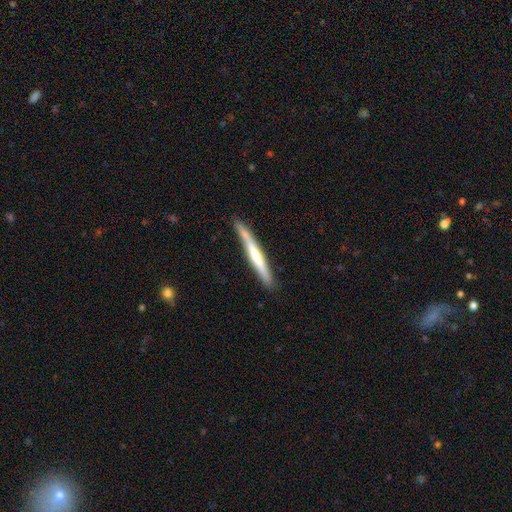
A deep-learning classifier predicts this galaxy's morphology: smooth-or-featured: featured or disk: 51% | smooth: 44% | star or artifact: 5%
  disk-edge-on: yes: 95% | no: 5%
  merging: none: 85% | minor disturbance: 12% | major disturbance: 2% | merger: 1%